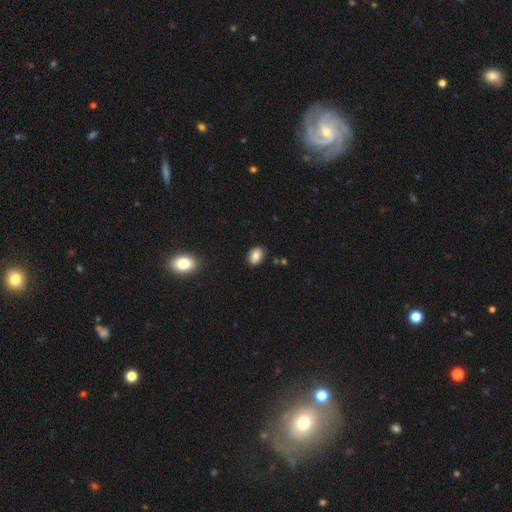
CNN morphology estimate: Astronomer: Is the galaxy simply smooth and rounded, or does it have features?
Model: smooth — 82%.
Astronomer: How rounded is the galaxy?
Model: in between — 73%.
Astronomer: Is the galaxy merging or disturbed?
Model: none — 86%.